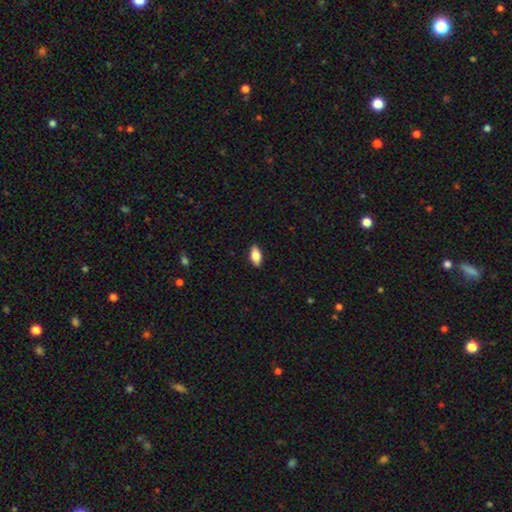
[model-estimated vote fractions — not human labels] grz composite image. It shows a smooth galaxy with no disk features (81%) that is in between round and cigar-shaped (87%). Merging: none (89%).